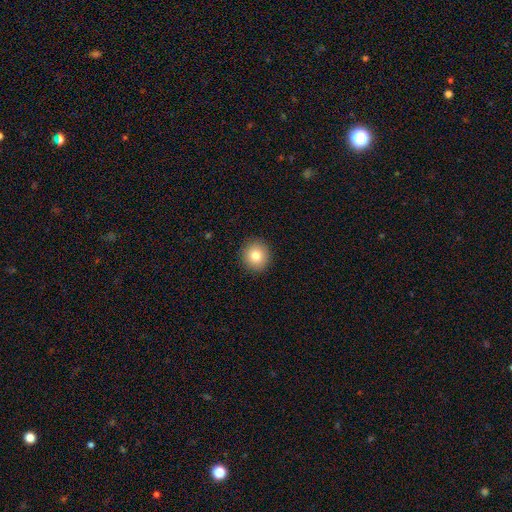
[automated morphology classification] Smooth or featured?
  - smooth: 80% *
  - star or artifact: 11%
  - featured or disk: 9%
How rounded?
  - round: 92% *
  - in between: 7%
  - cigar-shaped: 1%
Merging?
  - none: 92% *
  - minor disturbance: 5%
  - major disturbance: 2%
  - merger: 1%